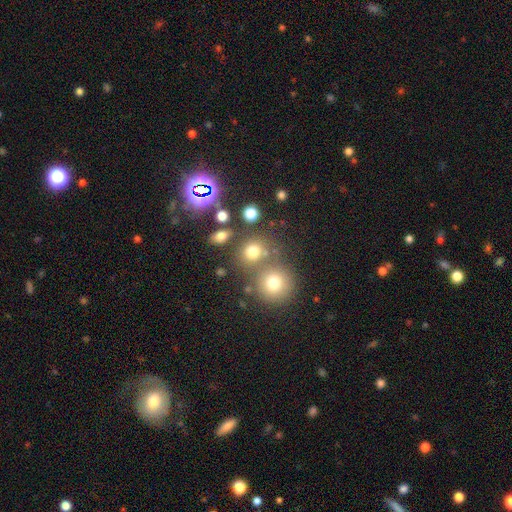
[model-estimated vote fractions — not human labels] Morphology: type=star or artifact (46%).